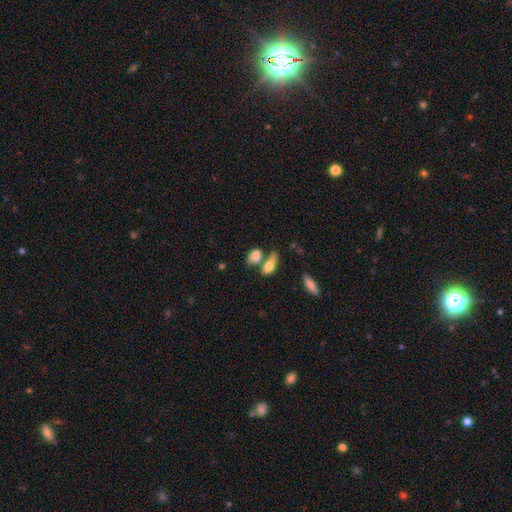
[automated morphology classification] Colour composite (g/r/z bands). It shows a smooth galaxy with no disk features (77%) that is in between round and cigar-shaped (81%). Merging: merger (44%).